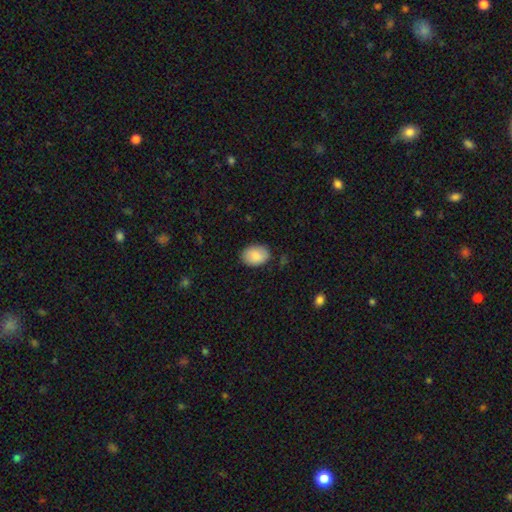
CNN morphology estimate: Smooth or featured? Predicted: smooth (p=0.86). How rounded? Predicted: in between (p=0.81). Merging? Predicted: none (p=0.84).